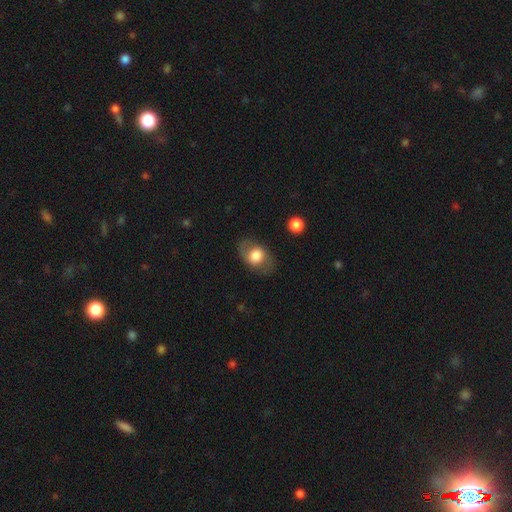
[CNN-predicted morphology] smooth_or_featured: smooth (p=0.64) [alt: featured or disk p=0.29]
how_rounded: in between (p=0.70) [alt: round p=0.29]
merging: none (p=0.77) [alt: minor disturbance p=0.15]